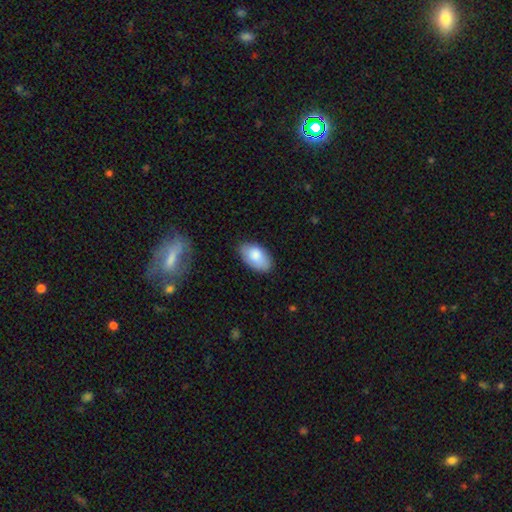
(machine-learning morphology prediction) Q: Smooth or featured?
A: smooth (84%); runner-up: featured or disk (10%)
Q: How rounded?
A: in between (95%); runner-up: round (4%)
Q: Merging?
A: none (79%); runner-up: minor disturbance (16%)